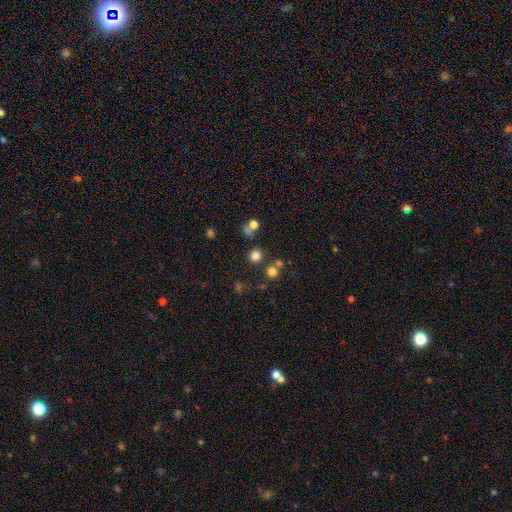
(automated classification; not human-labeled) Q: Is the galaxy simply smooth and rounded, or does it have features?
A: smooth — 75%.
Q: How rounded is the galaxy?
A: round — 89%.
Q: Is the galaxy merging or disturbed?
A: none — 76%.